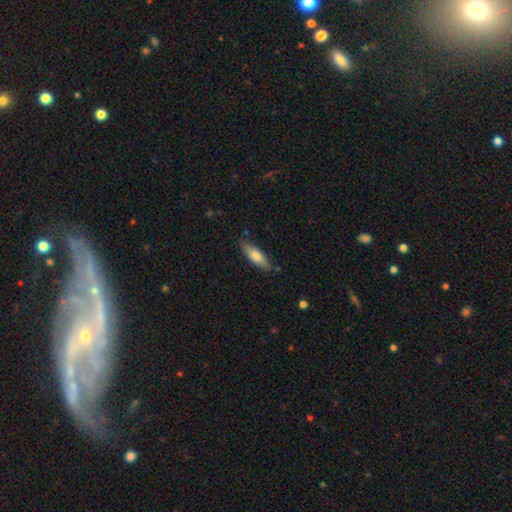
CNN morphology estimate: Overall: smooth (74%). How rounded: in between (54%; cigar-shaped 44%). Merging: none (81%).